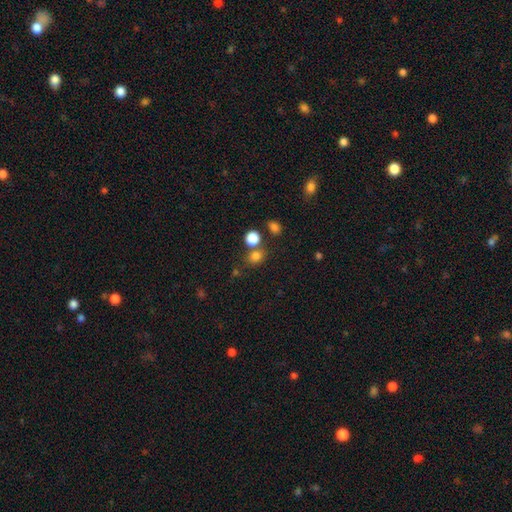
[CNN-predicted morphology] The model was most divided on "how rounded": round: 65%, in between: 34%, cigar-shaped: 1%. More confident: smooth or featured — smooth (78%); merging — none (65%).